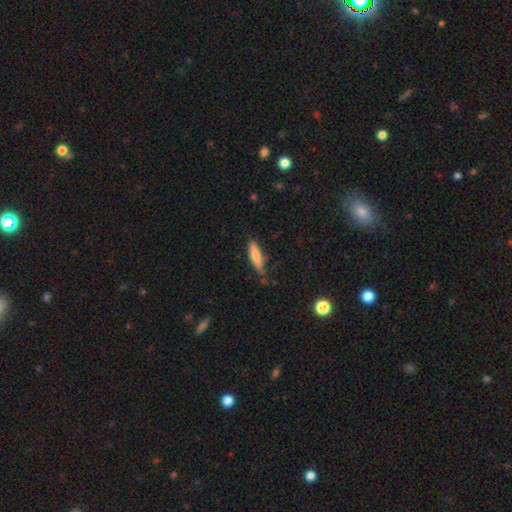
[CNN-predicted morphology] type=smooth (75%); roundness=cigar-shaped (75%); merging=none (60%).